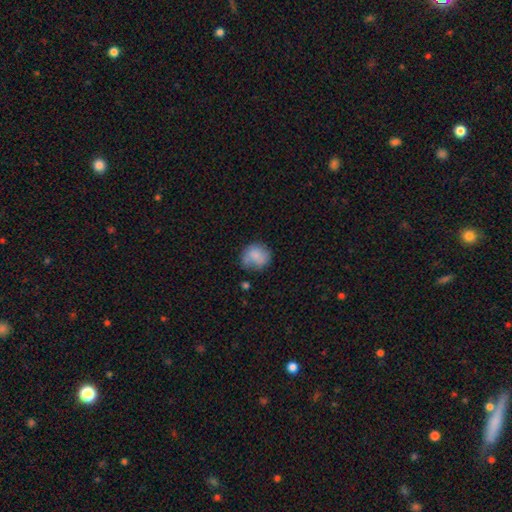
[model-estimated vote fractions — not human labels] smooth 74%, featured or disk 18%, star or artifact 8%. Down the decision tree: how rounded — round (82%); merging — none (60%).